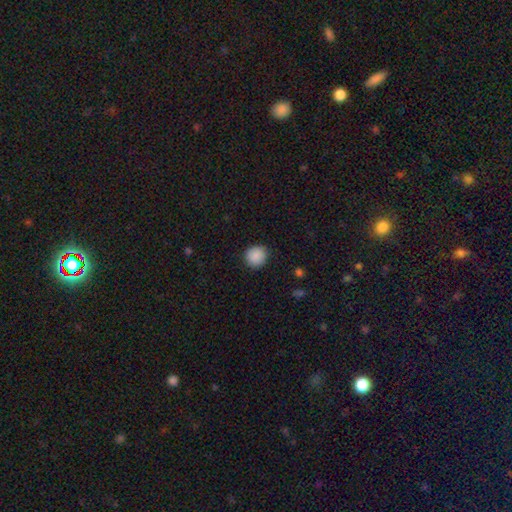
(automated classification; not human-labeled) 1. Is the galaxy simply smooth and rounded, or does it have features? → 89% smooth, 8% star or artifact, 3% featured or disk.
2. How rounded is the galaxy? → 90% round, 9% in between, 1% cigar-shaped.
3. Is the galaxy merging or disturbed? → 89% none, 8% minor disturbance, 2% major disturbance, 1% merger.